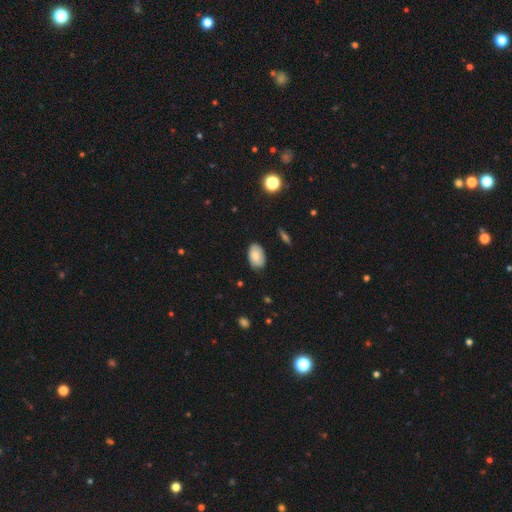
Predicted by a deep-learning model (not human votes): A smooth galaxy with no disk features (78%) that is in between round and cigar-shaped (91%). Merging: none (78%).